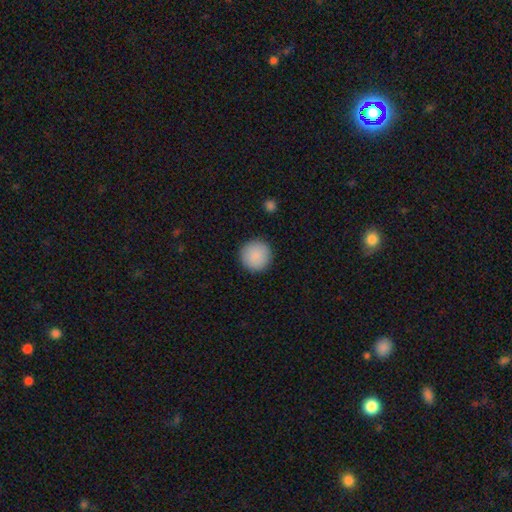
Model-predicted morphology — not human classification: This appears to be a smooth galaxy with no disk features (90%) that is round (96%). Merging: none (92%).